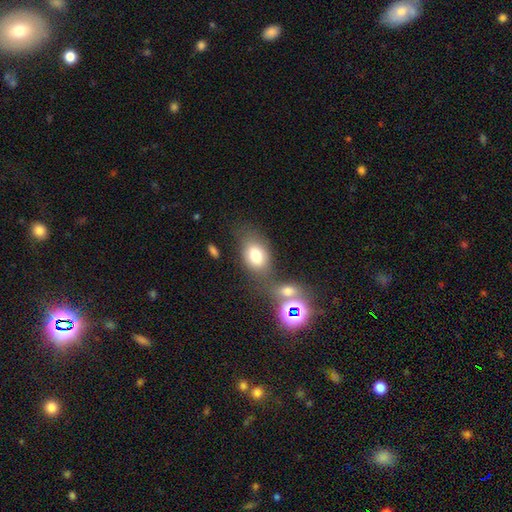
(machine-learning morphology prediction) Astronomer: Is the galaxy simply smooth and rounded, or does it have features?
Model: smooth — 77%.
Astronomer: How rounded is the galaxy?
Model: in between — 74%.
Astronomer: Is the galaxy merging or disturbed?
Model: none — 58%.